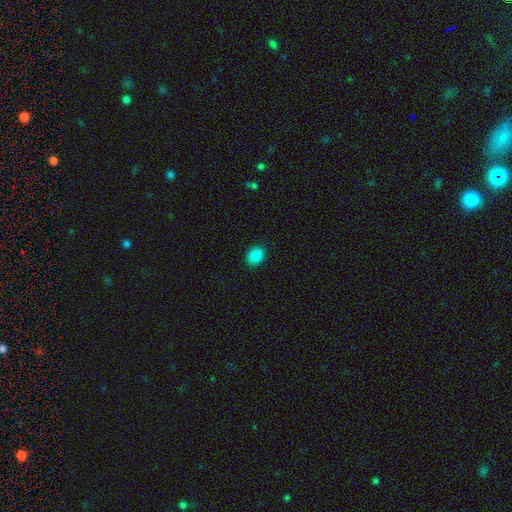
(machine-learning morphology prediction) smooth-or-featured: smooth: 87% | star or artifact: 9% | featured or disk: 4%
  how-rounded: in between: 72% | round: 27% | cigar-shaped: 1%
  merging: none: 89% | minor disturbance: 8% | major disturbance: 2% | merger: 1%